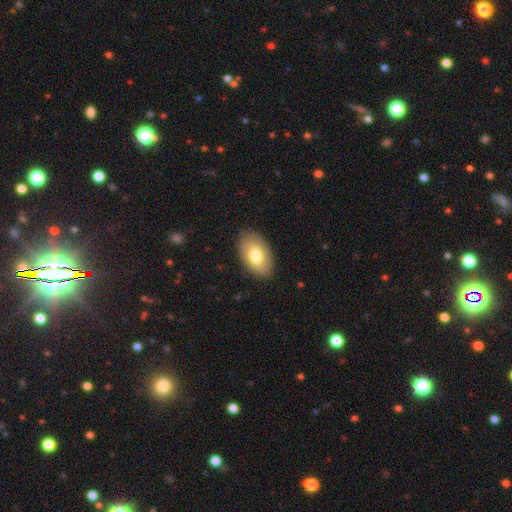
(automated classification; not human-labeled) A smooth galaxy with no disk features (72%) that is in between round and cigar-shaped (93%).

Vote fractions:
- Smooth or featured? smooth: 72% / featured or disk: 22% / star or artifact: 6%
- How rounded? in between: 93% / round: 6% / cigar-shaped: 1%
- Merging? none: 85% / minor disturbance: 11% / major disturbance: 3% / merger: 1%